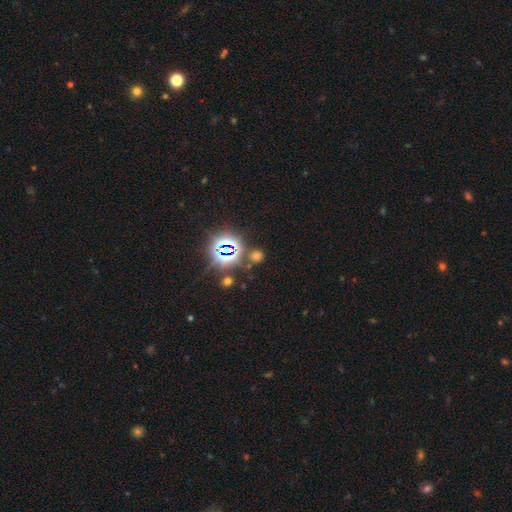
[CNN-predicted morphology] Smooth or featured?
  - star or artifact: 50% *
  - smooth: 44%
  - featured or disk: 6%